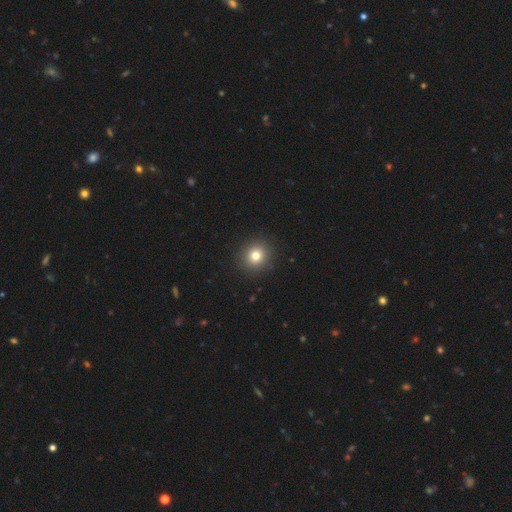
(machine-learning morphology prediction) Overall: smooth (79%). How rounded: round (88%). Merging: none (91%).